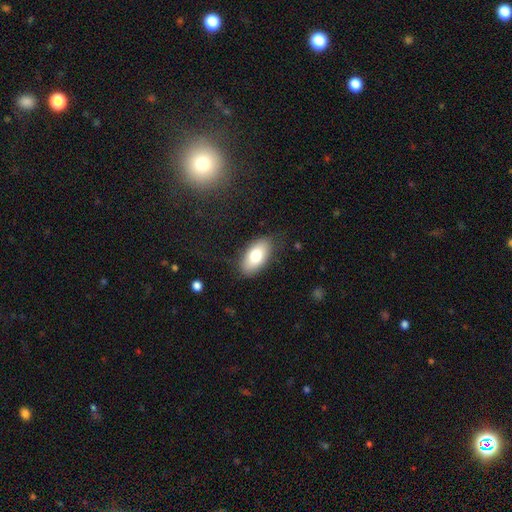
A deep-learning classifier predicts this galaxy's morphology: Smooth or featured? smooth (76%)
How rounded? in between (93%)
Merging? none (81%)